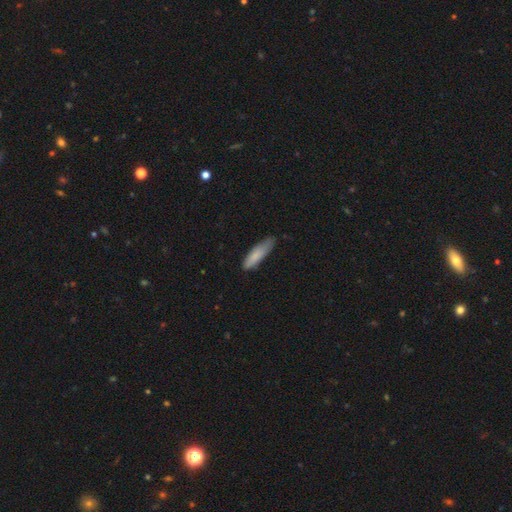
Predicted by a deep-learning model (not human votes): A smooth galaxy with no disk features (82%) that is cigar-shaped (66%). Merging: none (67%).